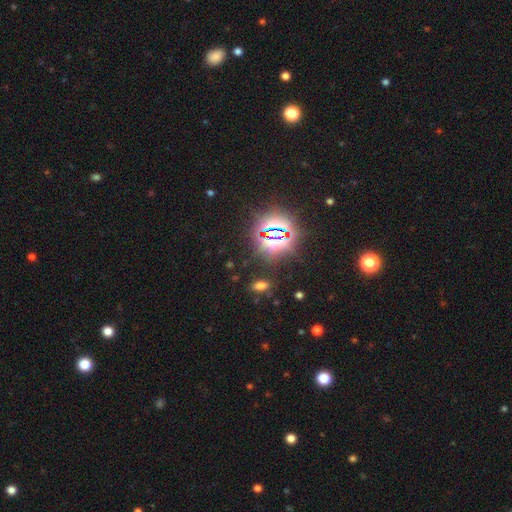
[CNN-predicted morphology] type=star or artifact (83%).